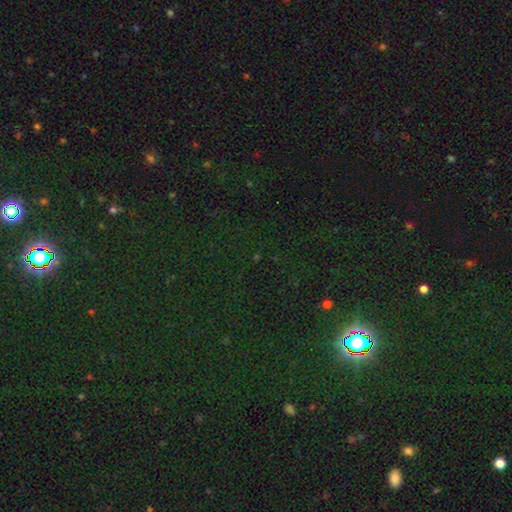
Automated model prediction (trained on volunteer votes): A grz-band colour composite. It shows a star or artifact, not a galaxy (81%).